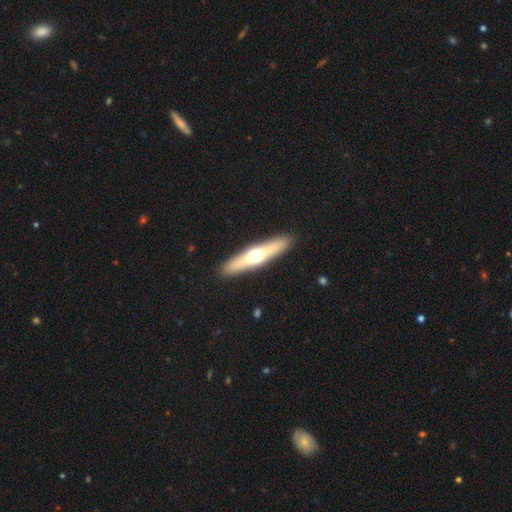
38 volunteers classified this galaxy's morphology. A featured or disk galaxy (71%) viewed edge-on (63%) with a rounded central bulge (94%). Merging: none (94%).